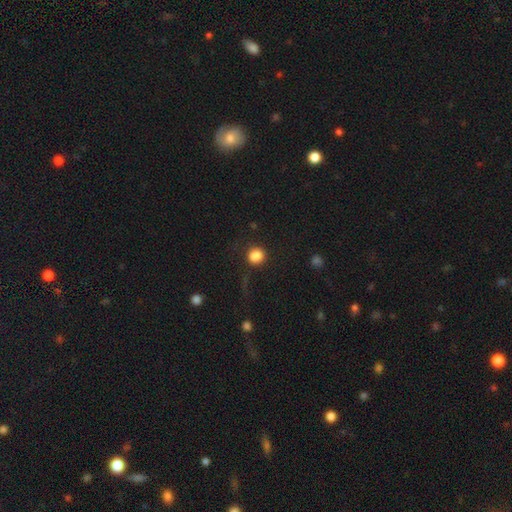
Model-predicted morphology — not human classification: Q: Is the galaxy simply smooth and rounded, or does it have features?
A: smooth — 85%.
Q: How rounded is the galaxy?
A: round — 80%.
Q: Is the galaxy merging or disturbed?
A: none — 72%.